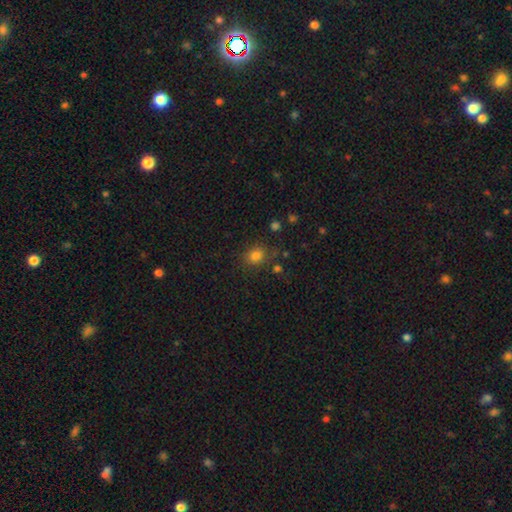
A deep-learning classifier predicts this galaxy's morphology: This is likely a smooth galaxy (79%). How rounded: likely round (64%). Merging: likely none (75%).